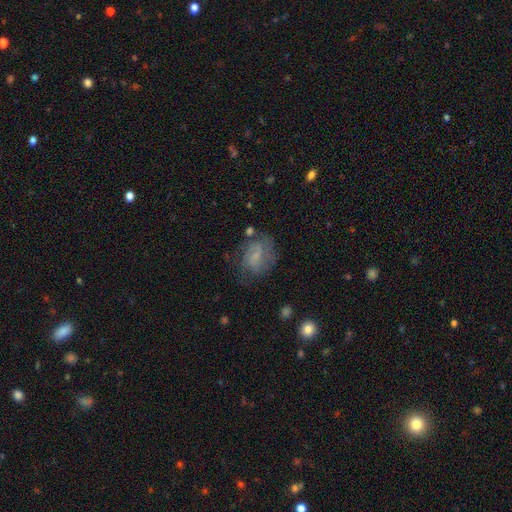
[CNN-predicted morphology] Overall: featured or disk (53%; smooth 36%). Edge-on disk: no (97%). Bar: weak (46%; no 43%). Spiral arms: yes (78%). Bulge size: small (42%; none 36%). Merging: none (60%; minor disturbance 22%).